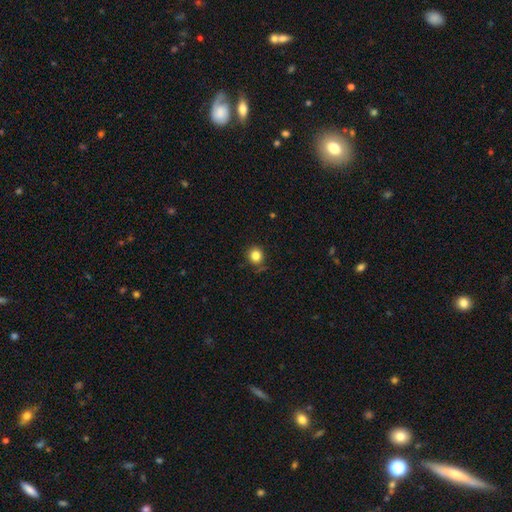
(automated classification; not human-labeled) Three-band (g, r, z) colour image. It shows a smooth galaxy with no disk features (83%) that is round (89%). Merging: none (84%).